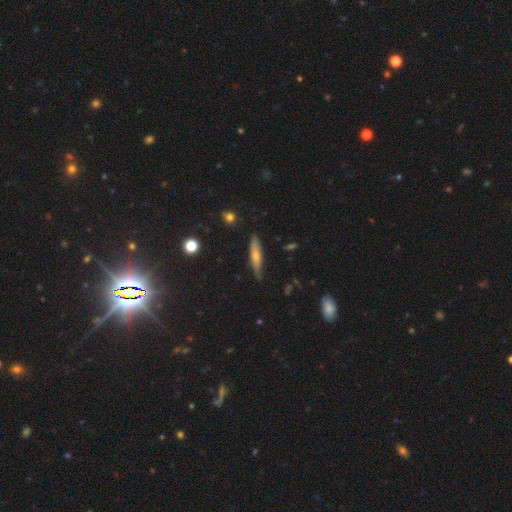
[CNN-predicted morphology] This is possibly a smooth galaxy (50%). Merging: likely none (77%).